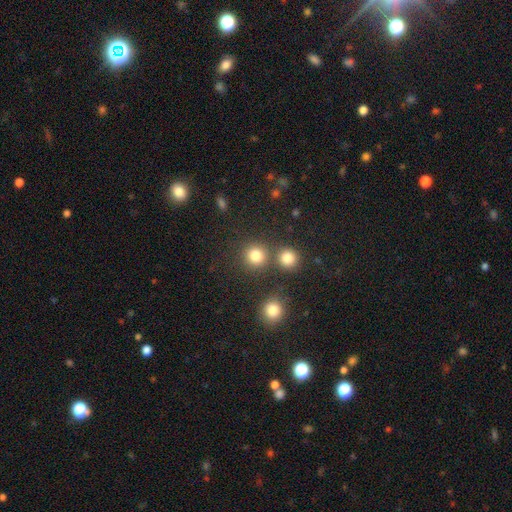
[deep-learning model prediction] Morphology: type=smooth (81%); roundness=round (91%); merging=none (77%).